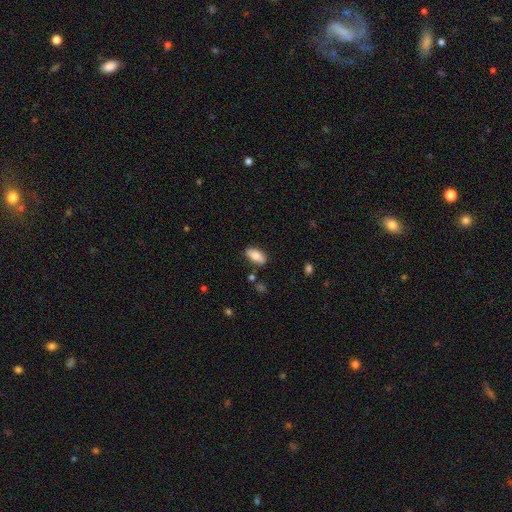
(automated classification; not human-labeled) smooth_or_featured: smooth (p=0.78) [alt: featured or disk p=0.15]
how_rounded: in between (p=0.90) [alt: cigar-shaped p=0.07]
merging: none (p=0.81) [alt: minor disturbance p=0.13]